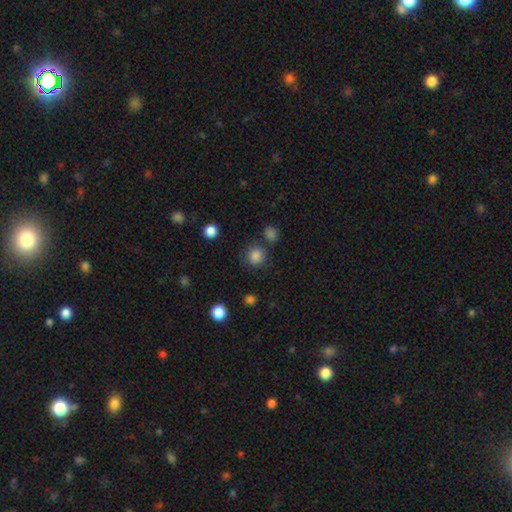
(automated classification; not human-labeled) Smooth or featured? Predicted: smooth (p=0.84). How rounded? Predicted: round (p=0.92). Merging? Predicted: none (p=0.79).